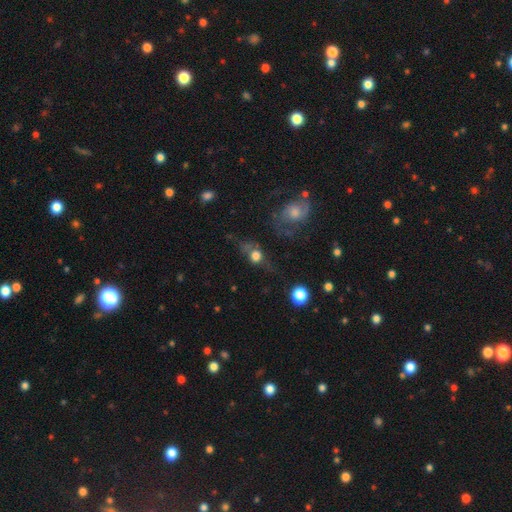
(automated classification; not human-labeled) Q: Smooth or featured?
A: smooth (57%); runner-up: featured or disk (26%)
Q: How rounded?
A: round (62%); runner-up: in between (33%)
Q: Merging?
A: none (50%); runner-up: major disturbance (20%)